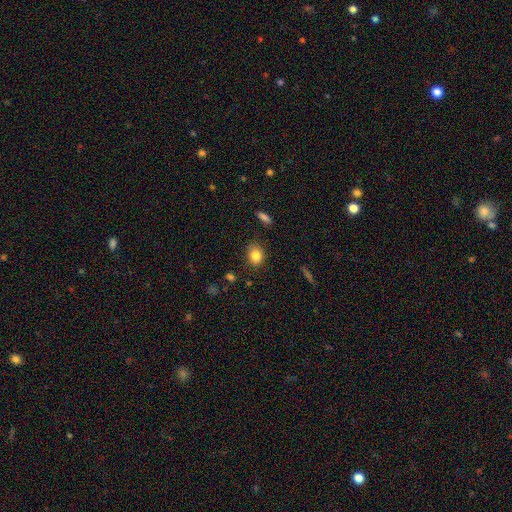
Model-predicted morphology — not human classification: smooth-or-featured: smooth: 83% | star or artifact: 10% | featured or disk: 7%
  how-rounded: round: 55% | in between: 43% | cigar-shaped: 1%
  merging: none: 79% | minor disturbance: 16% | major disturbance: 3% | merger: 2%